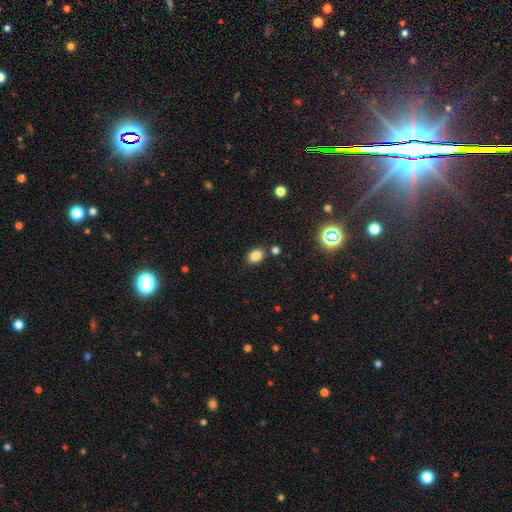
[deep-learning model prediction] The model was most divided on "how rounded": in between: 76%, round: 23%, cigar-shaped: 1%. More confident: smooth or featured — smooth (83%); merging — none (82%).